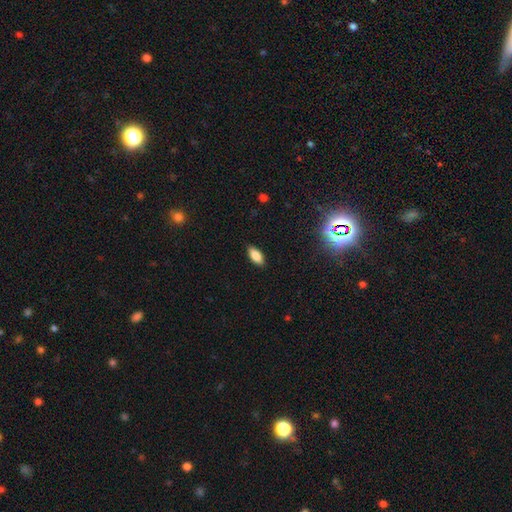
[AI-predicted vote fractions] Morphology: type=smooth (84%); roundness=in between (88%); merging=none (88%).